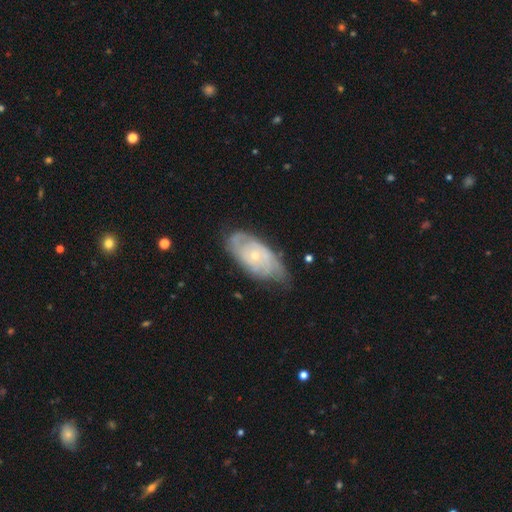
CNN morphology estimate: A featured or disk galaxy (75%) with no bar (79%), tight (66%) spiral arms (89%) and a small central bulge (72%). Merging: none (65%).